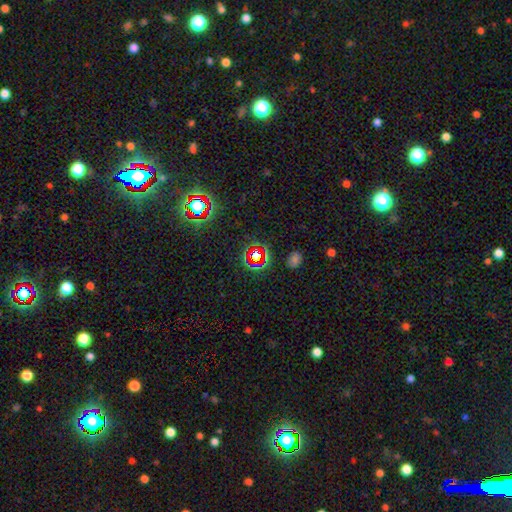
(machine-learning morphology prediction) type=star or artifact (65%).